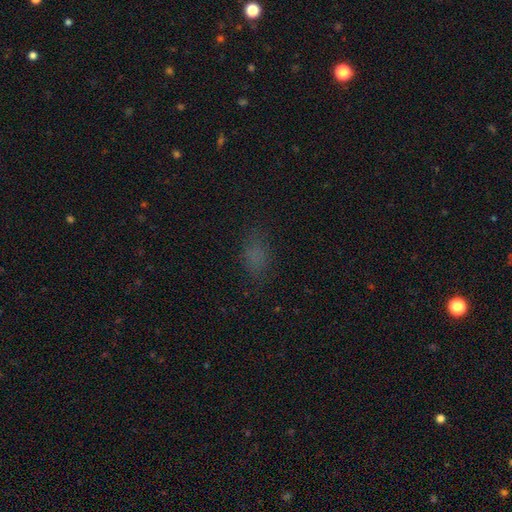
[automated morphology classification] Smooth or featured?
  - smooth: 70% *
  - star or artifact: 21%
  - featured or disk: 9%
How rounded?
  - in between: 83% *
  - round: 14%
  - cigar-shaped: 4%
Merging?
  - none: 74% *
  - minor disturbance: 17%
  - major disturbance: 8%
  - merger: 1%